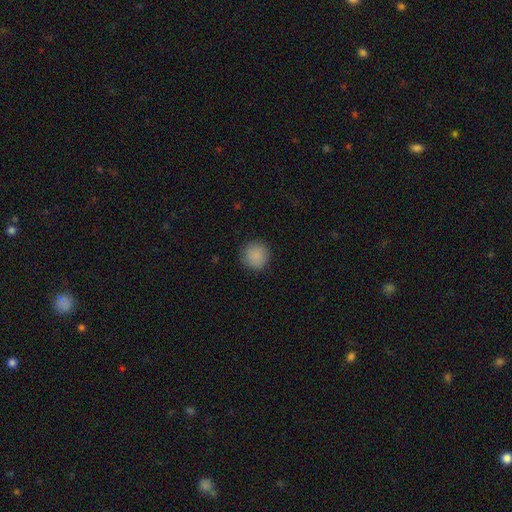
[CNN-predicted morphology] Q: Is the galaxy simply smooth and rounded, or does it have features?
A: smooth — 87%.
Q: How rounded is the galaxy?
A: round — 93%.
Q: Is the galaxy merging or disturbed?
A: none — 88%.